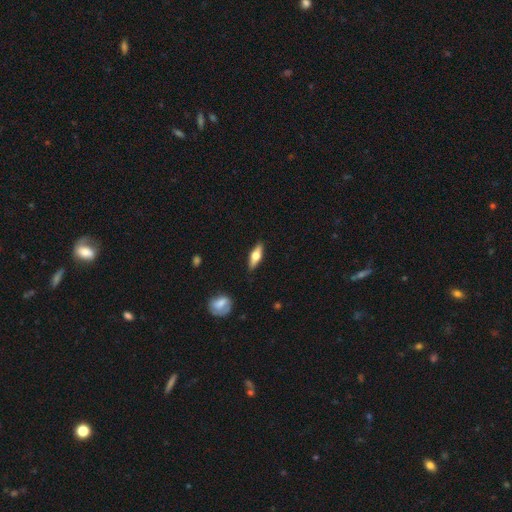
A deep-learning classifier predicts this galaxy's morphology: A featured or disk galaxy (47%, tied with smooth).

Vote fractions:
- Smooth or featured? featured or disk: 47% (tied) / smooth: 47% (tied) / star or artifact: 6%
- Merging? none: 87% / minor disturbance: 9% / major disturbance: 2% / merger: 1%